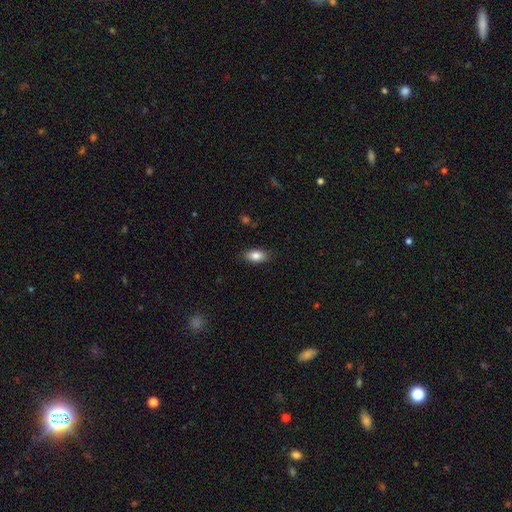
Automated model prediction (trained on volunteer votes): smooth 84%, featured or disk 9%, star or artifact 7%. Down the decision tree: how rounded — in between (90%); merging — none (87%).